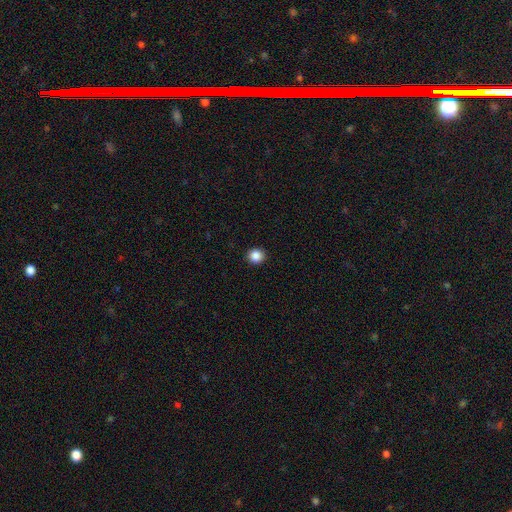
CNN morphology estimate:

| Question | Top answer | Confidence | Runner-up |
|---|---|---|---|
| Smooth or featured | smooth | 87% | star or artifact (10%) |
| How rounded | round | 92% | in between (7%) |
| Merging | none | 93% | minor disturbance (5%) |